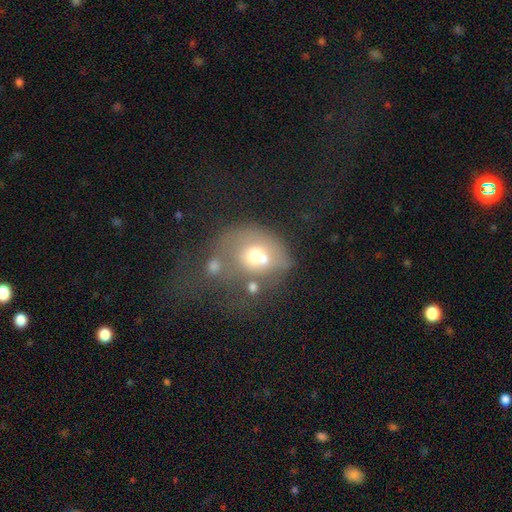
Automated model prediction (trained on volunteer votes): This appears to be a smooth galaxy with no disk features (54%) that is round (58%). Merging: merger (46%).